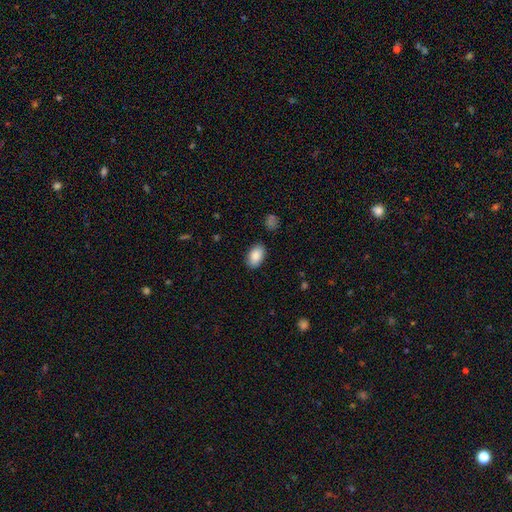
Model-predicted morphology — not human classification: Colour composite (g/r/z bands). It shows a smooth galaxy with no disk features (88%) that is in between round and cigar-shaped (92%). Merging: none (86%).